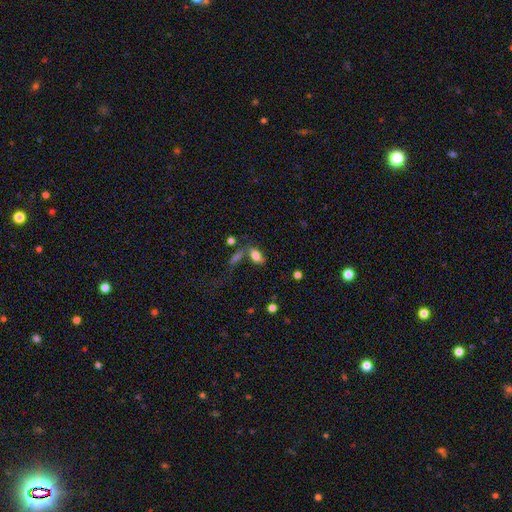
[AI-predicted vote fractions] A smooth galaxy with no disk features (80%) that is in between round and cigar-shaped (88%).

Vote fractions:
- Smooth or featured? smooth: 80% / featured or disk: 10% / star or artifact: 10%
- How rounded? in between: 88% / round: 6% / cigar-shaped: 6%
- Merging? none: 54% / merger: 20% / minor disturbance: 16% / major disturbance: 9%